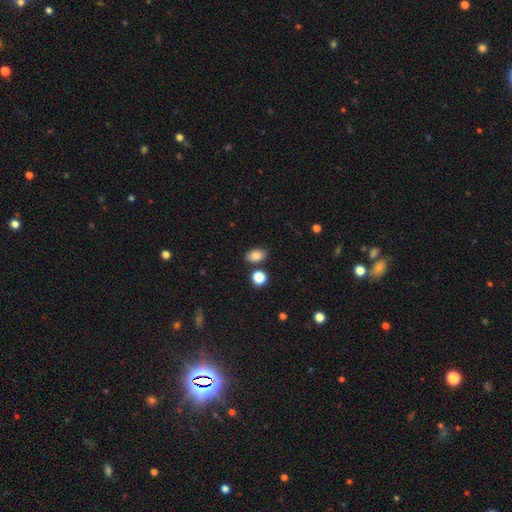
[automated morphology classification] smooth_or_featured: smooth (p=0.84) [alt: star or artifact p=0.10]
how_rounded: in between (p=0.82) [alt: round p=0.16]
merging: none (p=0.80) [alt: minor disturbance p=0.10]